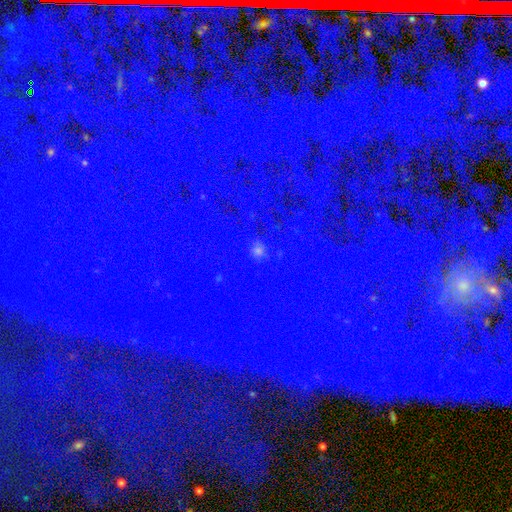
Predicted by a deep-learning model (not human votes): A star or artifact, not a galaxy (84%).

Vote fractions:
- Smooth or featured? star or artifact: 84% / featured or disk: 9% / smooth: 7%